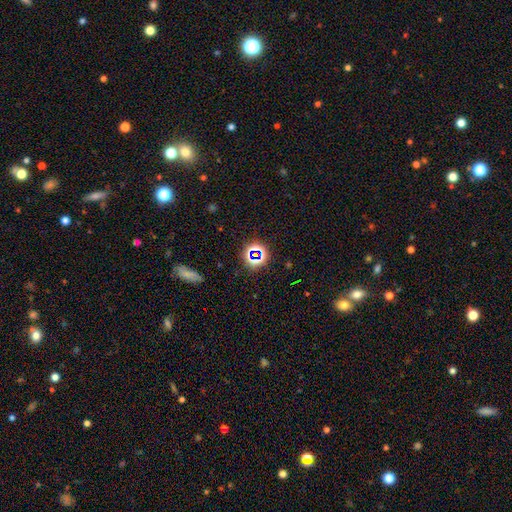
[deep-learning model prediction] Smooth or featured: star or artifact — 69% (smooth — 22%)